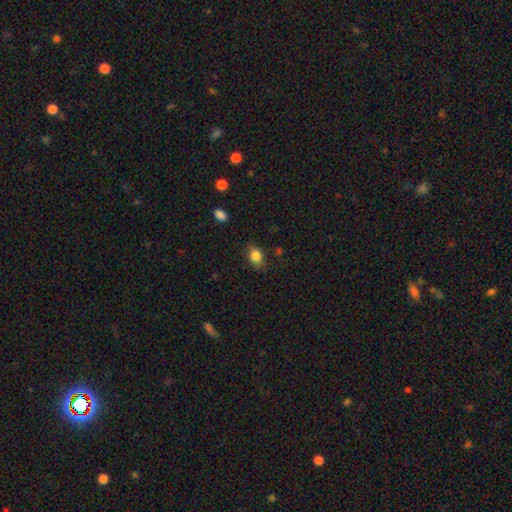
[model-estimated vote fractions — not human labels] Morphology: type=smooth (85%); roundness=in between (73%); merging=none (79%).